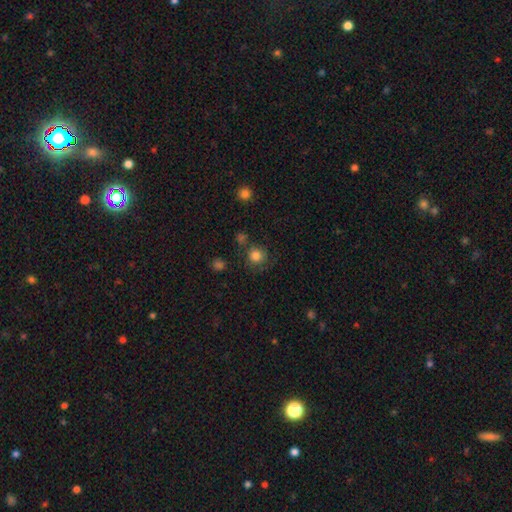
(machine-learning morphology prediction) type=smooth (82%); roundness=round (90%); merging=none (74%).